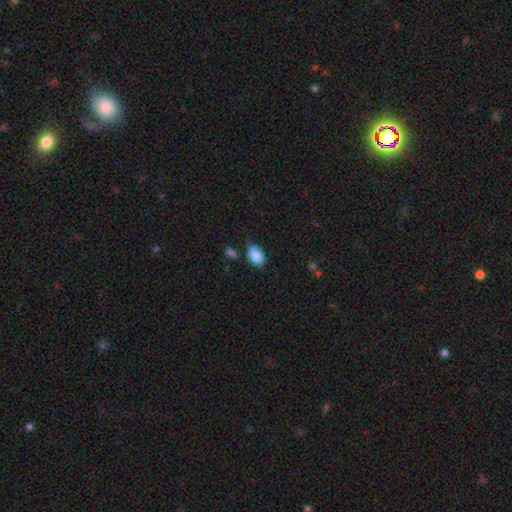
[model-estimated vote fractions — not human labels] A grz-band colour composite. It shows a smooth galaxy with no disk features (85%) that is in between round and cigar-shaped (88%). Merging: none (57%).